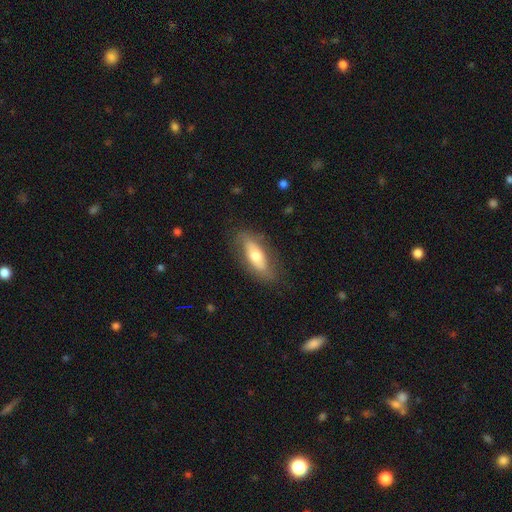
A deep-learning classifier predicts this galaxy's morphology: Smooth or featured? smooth (56%)
How rounded? in between (70%)
Merging? none (78%)